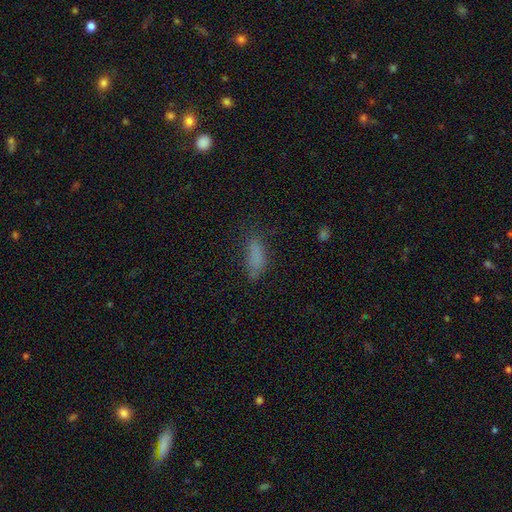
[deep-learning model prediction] smooth 77%, star or artifact 13%, featured or disk 10%. Down the decision tree: how rounded — in between (63%); merging — none (59%).